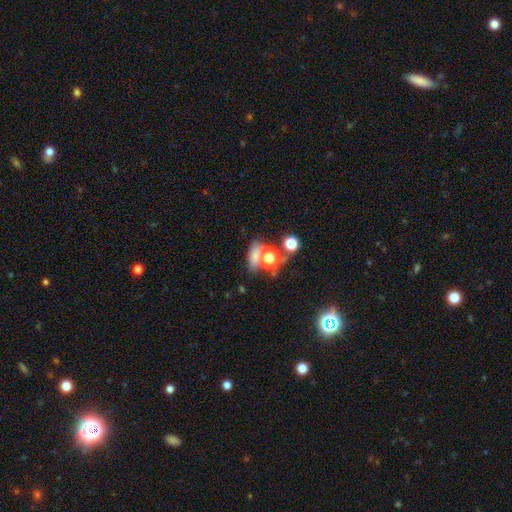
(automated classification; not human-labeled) Smooth or featured? Predicted: smooth (p=0.64). How rounded? Predicted: in between (p=0.56). Merging? Predicted: none (p=0.46).